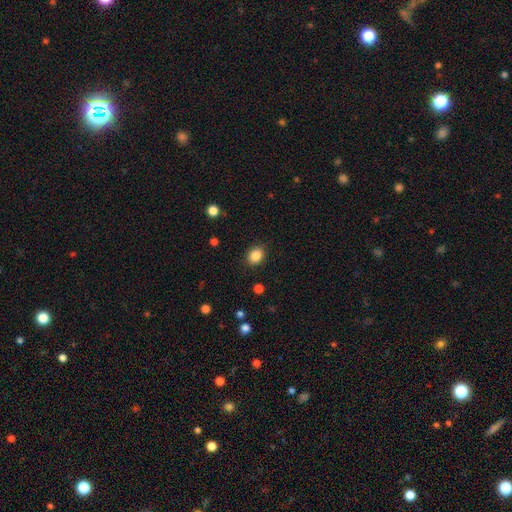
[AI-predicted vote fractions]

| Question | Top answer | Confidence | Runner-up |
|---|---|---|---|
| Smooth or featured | smooth | 86% | star or artifact (10%) |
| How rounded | round | 53% | in between (46%) |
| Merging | none | 88% | minor disturbance (9%) |